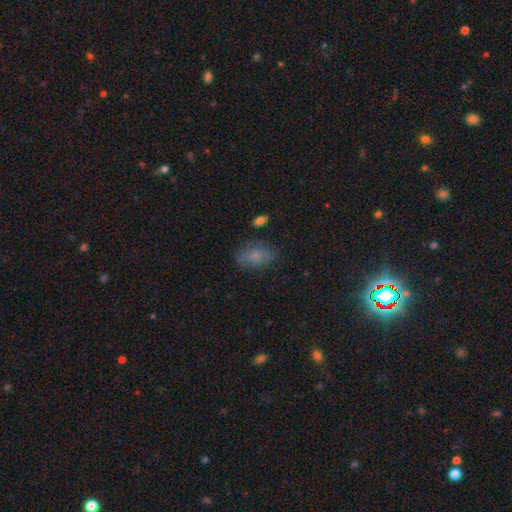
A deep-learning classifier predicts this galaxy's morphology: smooth_or_featured: smooth (p=0.73) [alt: featured or disk p=0.15]
how_rounded: in between (p=0.84) [alt: round p=0.14]
merging: none (p=0.74) [alt: minor disturbance p=0.18]